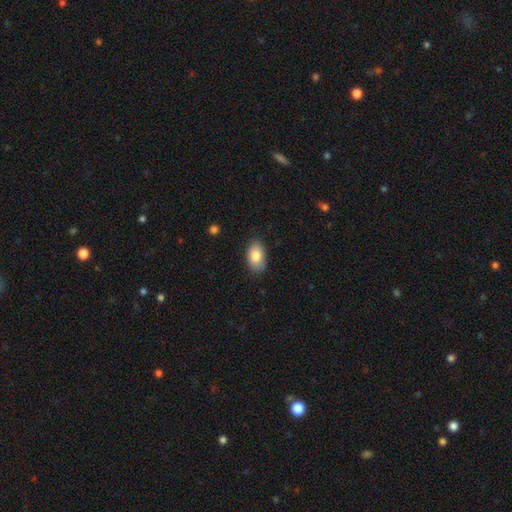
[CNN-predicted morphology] A smooth galaxy with no disk features (84%) that is in between round and cigar-shaped (92%). Merging: none (82%).